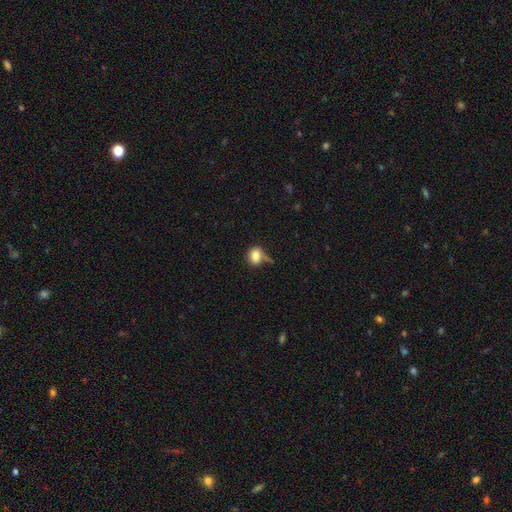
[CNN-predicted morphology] Overall: smooth (81%). How rounded: in between (50%; round 48%). Merging: none (51%; minor disturbance 26%).